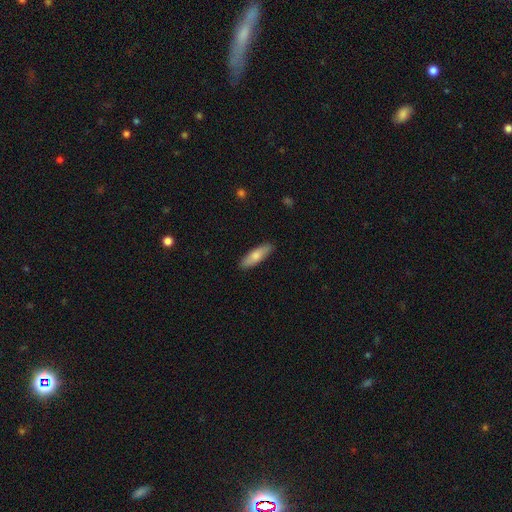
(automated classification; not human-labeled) Smooth or featured? Predicted: smooth (p=0.75). How rounded? Predicted: cigar-shaped (p=0.53). Merging? Predicted: none (p=0.88).